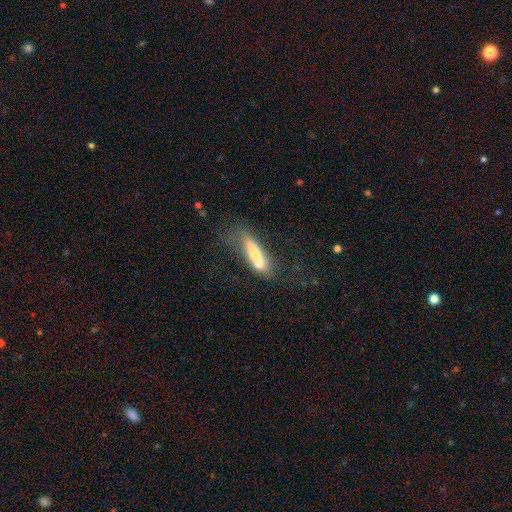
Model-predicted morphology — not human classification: smooth_or_featured: smooth (p=0.56) [alt: featured or disk p=0.36]
how_rounded: cigar-shaped (p=0.64) [alt: in between p=0.33]
merging: none (p=0.36) [alt: merger p=0.34]